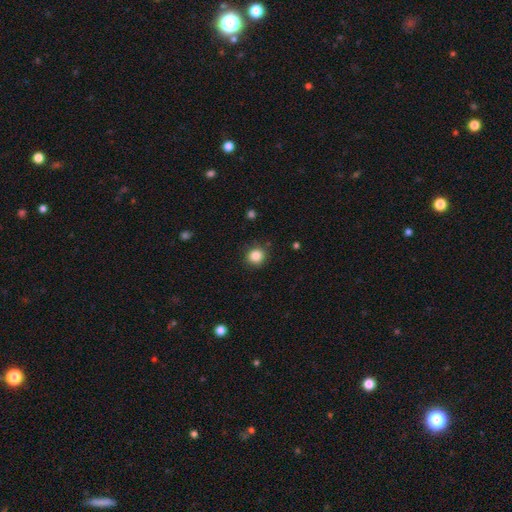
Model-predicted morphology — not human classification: Smooth or featured? smooth (85%)
How rounded? round (90%)
Merging? none (87%)